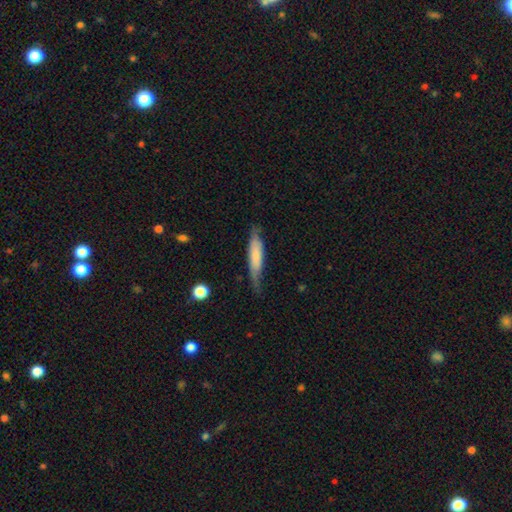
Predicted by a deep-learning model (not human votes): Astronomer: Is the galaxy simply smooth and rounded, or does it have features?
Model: smooth — 65%.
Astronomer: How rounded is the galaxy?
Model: cigar-shaped — 76%.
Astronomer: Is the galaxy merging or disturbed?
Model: none — 58%.